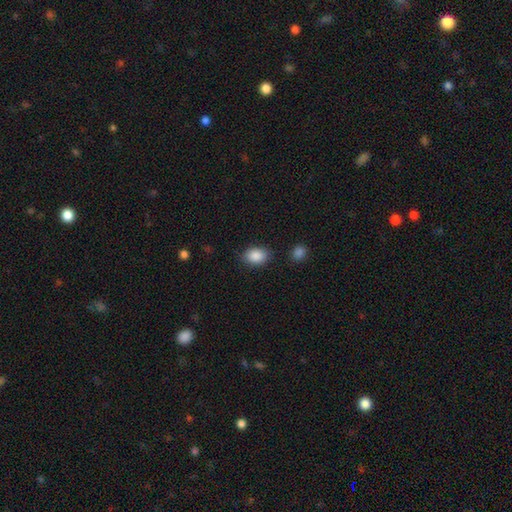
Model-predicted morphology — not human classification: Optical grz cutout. It shows a smooth galaxy with no disk features (88%) that is in between round and cigar-shaped (78%). Merging: none (81%).